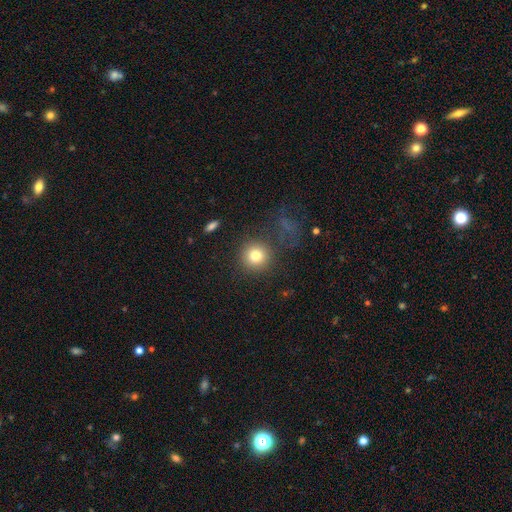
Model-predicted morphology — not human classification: This appears to be a smooth galaxy with no disk features (80%) that is round (92%). Merging: none (82%).